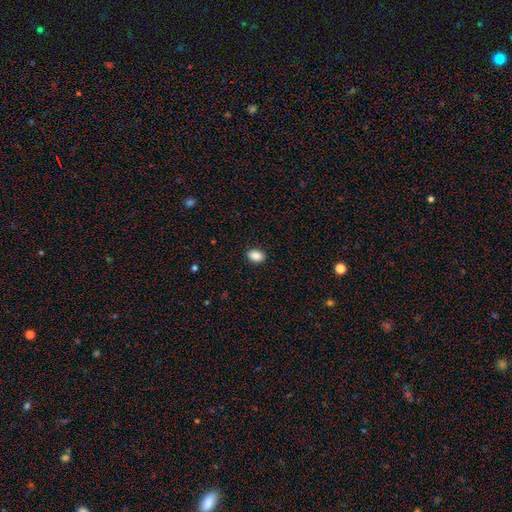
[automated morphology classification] This is clearly a smooth galaxy (89%). How rounded: clearly in between (84%). Merging: clearly none (90%).